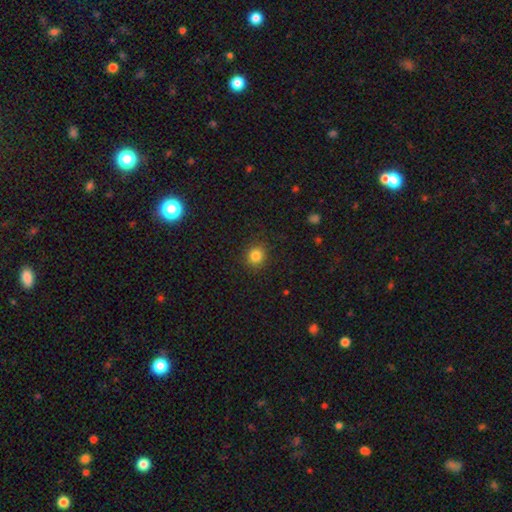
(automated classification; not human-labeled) A smooth galaxy with no disk features (83%) that is round (87%). Merging: none (89%).